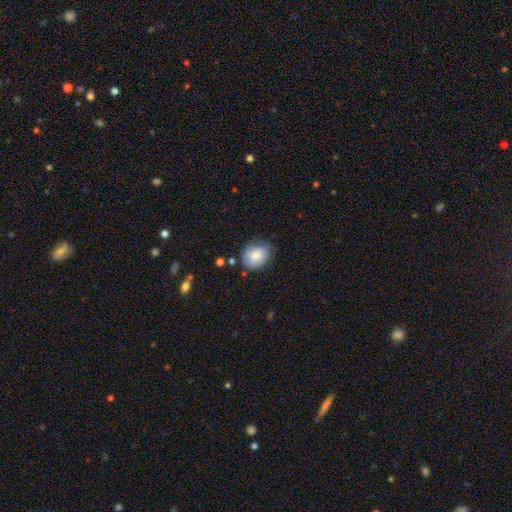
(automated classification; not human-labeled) Q: Smooth or featured?
A: smooth (83%); runner-up: featured or disk (10%)
Q: How rounded?
A: round (51%); runner-up: in between (48%)
Q: Merging?
A: none (68%); runner-up: minor disturbance (24%)